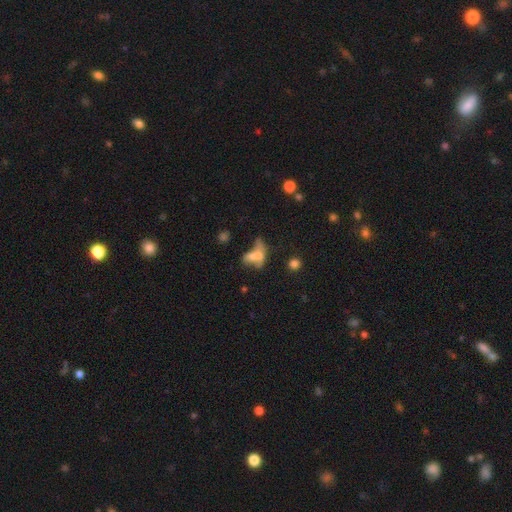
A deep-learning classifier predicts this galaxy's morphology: smooth 51%, featured or disk 33%, star or artifact 16%. Down the decision tree: how rounded — in between (74%); merging — merger (40%).